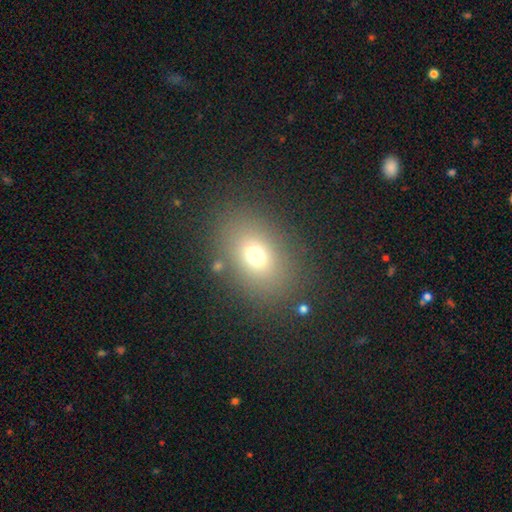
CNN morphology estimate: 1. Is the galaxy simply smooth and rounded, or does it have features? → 70% smooth, 17% star or artifact, 13% featured or disk.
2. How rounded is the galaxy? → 67% in between, 32% round, 1% cigar-shaped.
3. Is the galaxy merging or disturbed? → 82% none, 10% minor disturbance, 5% major disturbance, 3% merger.